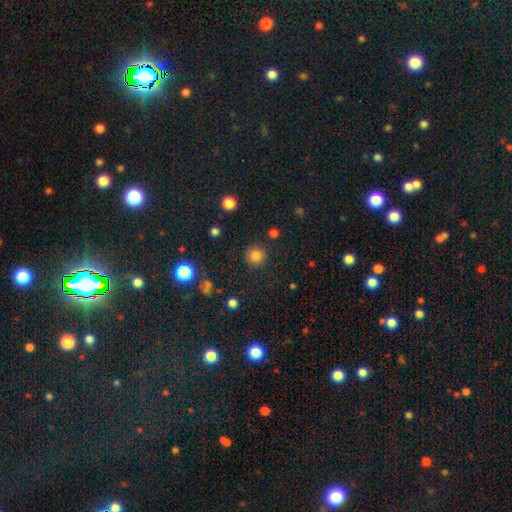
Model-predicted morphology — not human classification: A smooth galaxy with no disk features (82%) that is round (94%).

Vote fractions:
- Smooth or featured? smooth: 82% / star or artifact: 13% / featured or disk: 6%
- How rounded? round: 94% / in between: 5% / cigar-shaped: 1%
- Merging? none: 89% / minor disturbance: 7% / major disturbance: 3% / merger: 2%